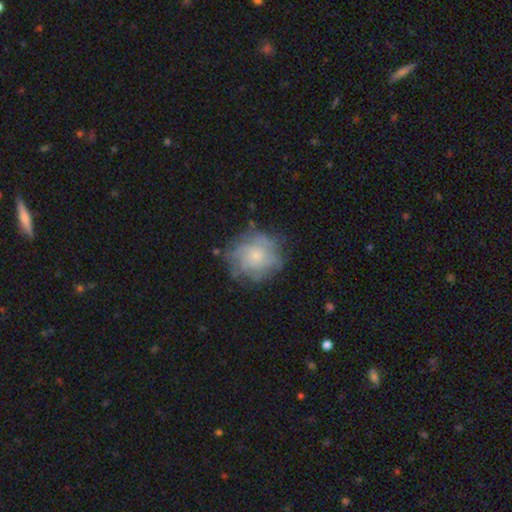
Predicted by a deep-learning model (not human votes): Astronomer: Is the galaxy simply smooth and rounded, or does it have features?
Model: featured or disk — 53% (runner-up: smooth, 38%).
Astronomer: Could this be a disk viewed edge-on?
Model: no — 98%.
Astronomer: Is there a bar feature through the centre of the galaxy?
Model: no — 85%.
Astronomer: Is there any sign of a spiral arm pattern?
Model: yes — 68%.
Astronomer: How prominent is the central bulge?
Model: small — 60%.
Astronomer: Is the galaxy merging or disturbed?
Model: none — 67%.